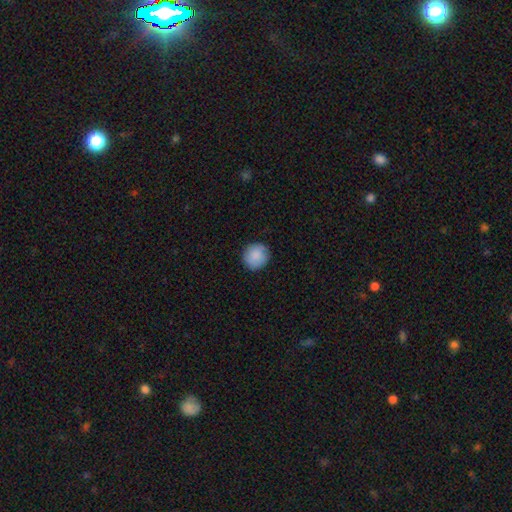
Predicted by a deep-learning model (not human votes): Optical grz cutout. It shows a smooth galaxy with no disk features (88%) that is round (92%). Merging: none (87%).